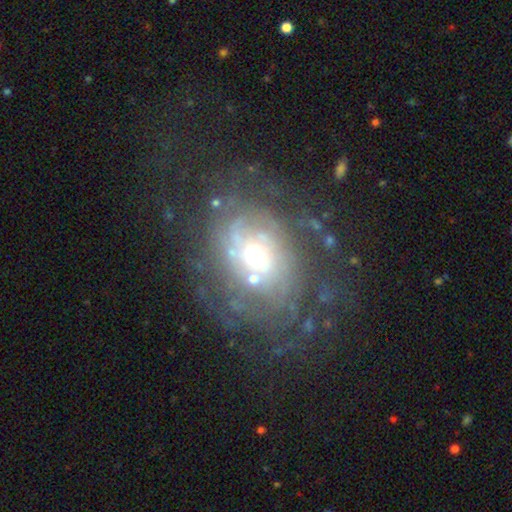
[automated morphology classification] The model was most divided on "bulge size" (2-way tie): small: 45%, moderate: 45%, large: 6%, none: 2%, dominant: 1%. More confident: edge-on disk — no (96%); spiral arms — yes (79%); smooth or featured — featured or disk (76%); bar — no (76%); merging — none (62%); spiral winding — tight (60%); spiral arm count — can't tell (54%).